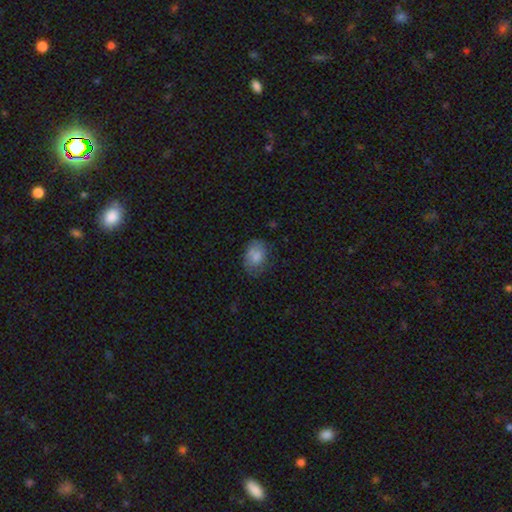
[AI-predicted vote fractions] Overall: smooth (76%). How rounded: in between (76%). Merging: none (60%; minor disturbance 27%).